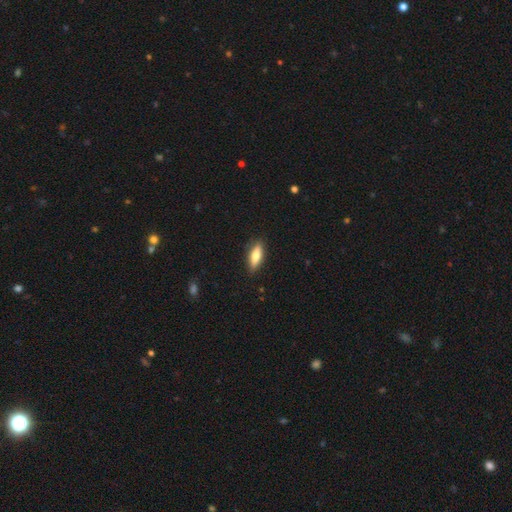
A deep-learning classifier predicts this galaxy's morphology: This is likely a smooth galaxy (72%). How rounded: possibly in between (56%). Merging: clearly none (87%).